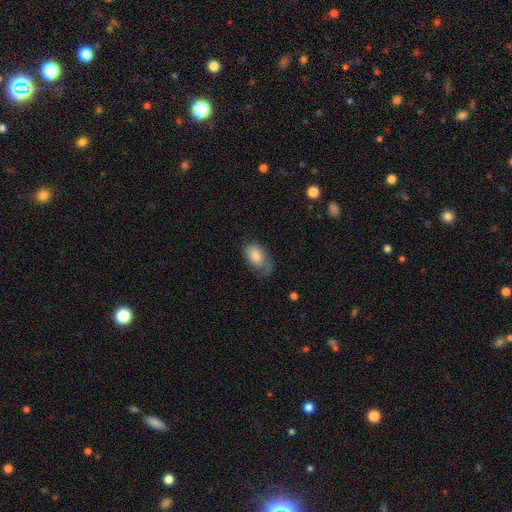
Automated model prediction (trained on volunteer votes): A smooth galaxy with no disk features (76%) that is in between round and cigar-shaped (91%). Merging: none (42%).